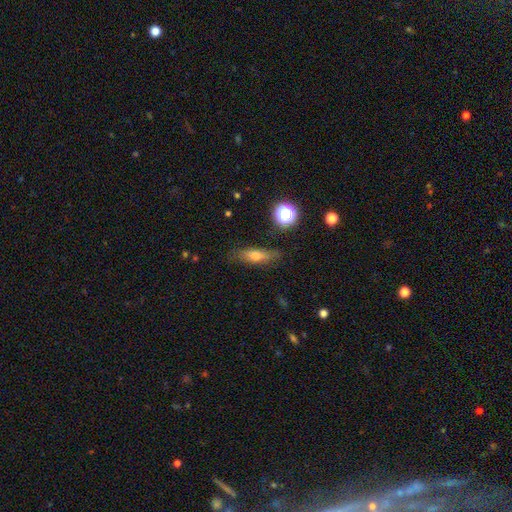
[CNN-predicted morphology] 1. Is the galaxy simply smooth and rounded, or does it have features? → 61% smooth, 27% featured or disk, 11% star or artifact.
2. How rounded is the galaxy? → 49% in between, 44% cigar-shaped, 7% round.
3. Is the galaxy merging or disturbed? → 75% none, 18% minor disturbance, 5% major disturbance, 2% merger.